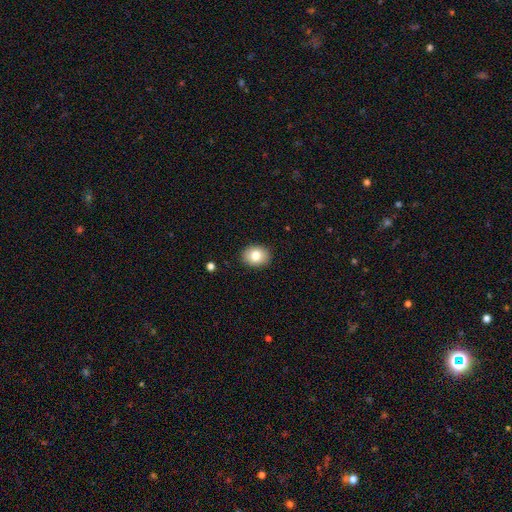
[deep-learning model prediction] Q: Smooth or featured?
A: smooth (81%); runner-up: featured or disk (11%)
Q: How rounded?
A: in between (55%); runner-up: round (44%)
Q: Merging?
A: none (90%); runner-up: minor disturbance (7%)